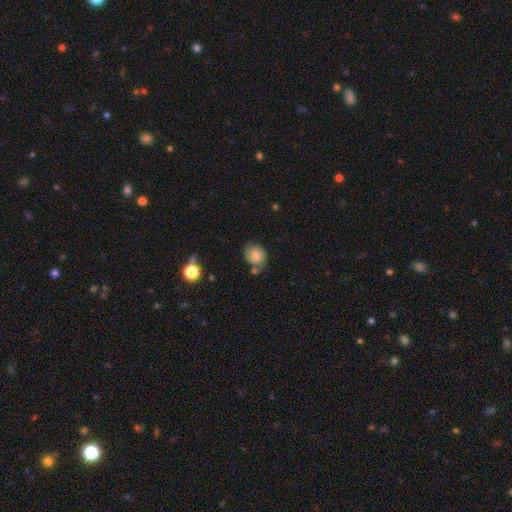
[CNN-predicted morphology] A smooth galaxy with no disk features (63%) that is round (65%).

Vote fractions:
- Smooth or featured? smooth: 63% / featured or disk: 27% / star or artifact: 10%
- How rounded? round: 65% / in between: 34% / cigar-shaped: 1%
- Merging? none: 57% / minor disturbance: 22% / merger: 13% / major disturbance: 8%